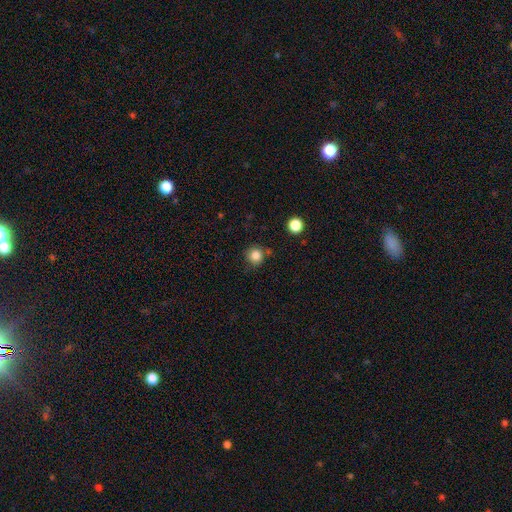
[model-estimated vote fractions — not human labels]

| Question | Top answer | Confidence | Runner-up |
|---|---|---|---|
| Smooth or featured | smooth | 84% | star or artifact (11%) |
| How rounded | round | 92% | in between (7%) |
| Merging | none | 77% | minor disturbance (13%) |